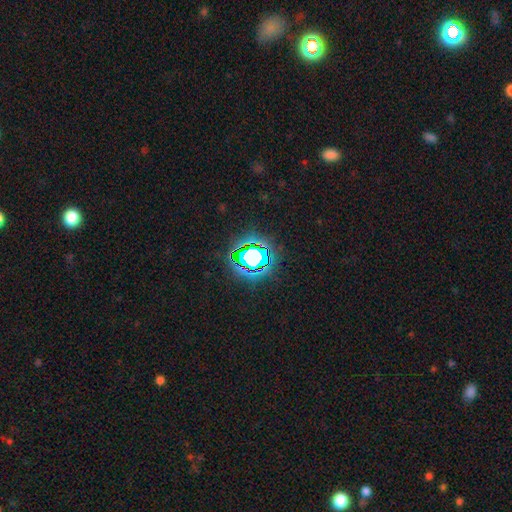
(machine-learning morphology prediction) A star or artifact, not a galaxy (78%).